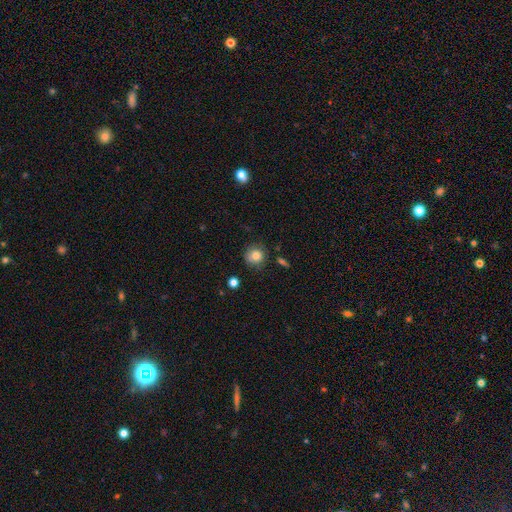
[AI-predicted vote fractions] Overall: smooth (80%). How rounded: round (88%). Merging: none (75%).